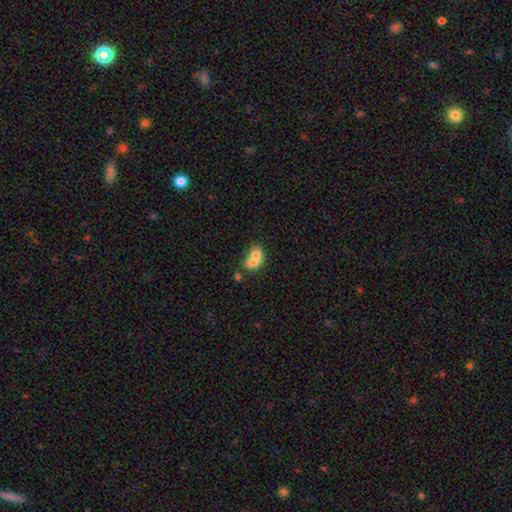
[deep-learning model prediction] Q: Smooth or featured?
A: smooth (68%); runner-up: featured or disk (23%)
Q: How rounded?
A: in between (55%); runner-up: round (44%)
Q: Merging?
A: merger (71%); runner-up: none (17%)